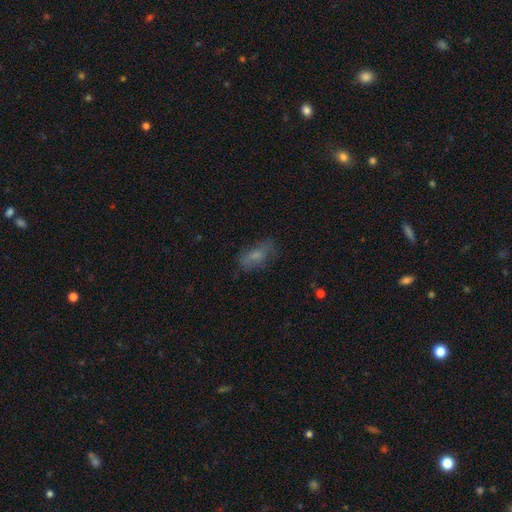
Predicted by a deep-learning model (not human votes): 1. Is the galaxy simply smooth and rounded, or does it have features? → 65% smooth, 24% featured or disk, 11% star or artifact.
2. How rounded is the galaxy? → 81% in between, 14% cigar-shaped, 5% round.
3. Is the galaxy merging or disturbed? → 66% none, 22% minor disturbance, 10% major disturbance, 2% merger.